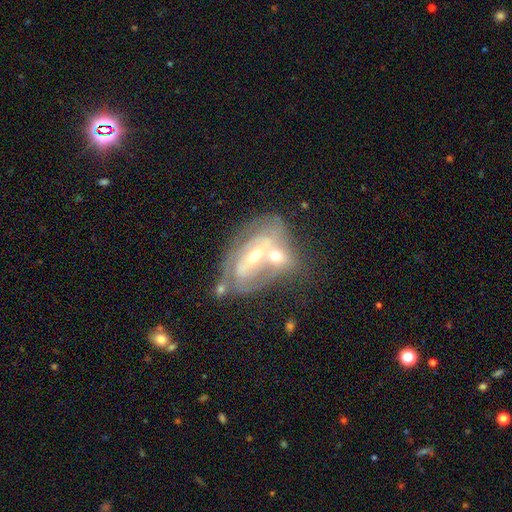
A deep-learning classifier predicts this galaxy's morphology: A featured or disk galaxy (78%) with no bar (39%), 2 (44%) tight (58%) spiral arms (75%) and a moderate central bulge (53%).

Vote fractions:
- Smooth or featured? featured or disk: 78% / smooth: 15% / star or artifact: 7%
- Edge-on disk? no: 94% / yes: 6%
- Bar? no: 39% / weak: 34% / strong: 27%
- Spiral arms? yes: 75% / no: 25%
- Spiral winding? tight: 58% / medium: 31% / loose: 11%
- Spiral arm count? 2: 44% / can't tell: 38% / 3: 7% / 1: 6% / 4: 3% / more than 4: 2%
- Bulge size? moderate: 53% / small: 41% / large: 3% / none: 2% / dominant: 1%
- Merging? merger: 49% / none: 30% / minor disturbance: 12% / major disturbance: 9%